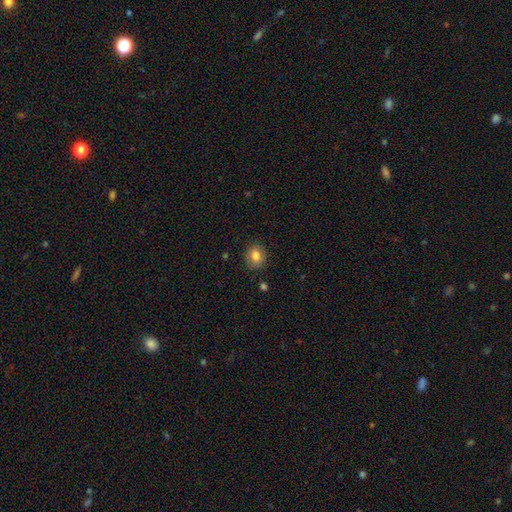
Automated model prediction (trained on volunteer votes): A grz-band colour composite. It shows a smooth galaxy with no disk features (79%) that is round (62%). Merging: none (85%).